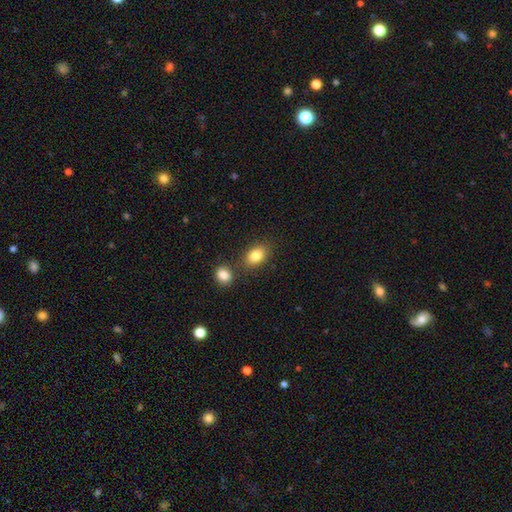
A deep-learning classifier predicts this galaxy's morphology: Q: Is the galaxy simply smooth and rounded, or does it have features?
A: smooth — 84%.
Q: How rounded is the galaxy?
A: in between — 81%.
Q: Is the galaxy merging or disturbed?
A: none — 71%.